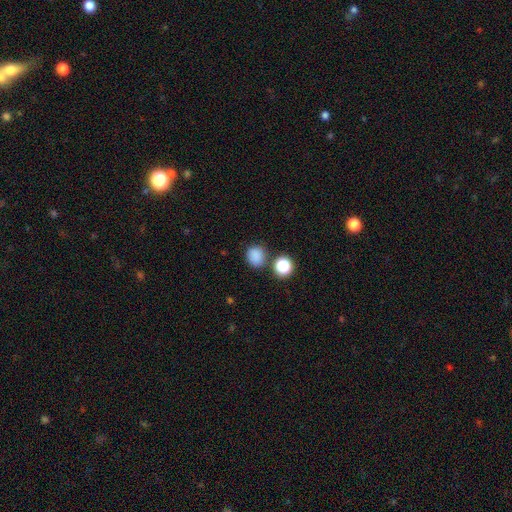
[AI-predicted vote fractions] A smooth galaxy with no disk features (83%) that is round (74%).

Vote fractions:
- Smooth or featured? smooth: 83% / star or artifact: 13% / featured or disk: 4%
- How rounded? round: 74% / in between: 25% / cigar-shaped: 1%
- Merging? none: 76% / minor disturbance: 11% / merger: 9% / major disturbance: 4%